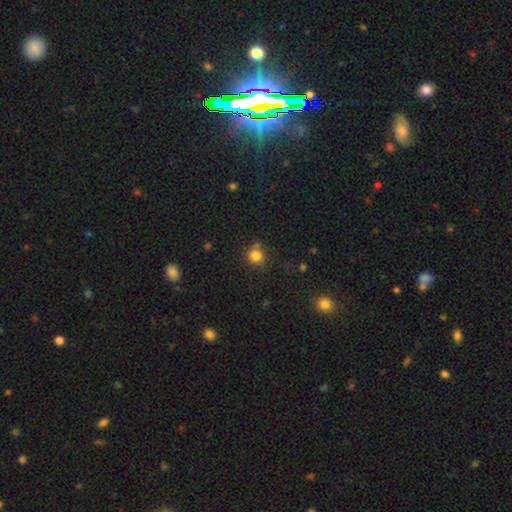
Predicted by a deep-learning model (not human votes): Q: Smooth or featured?
A: smooth (82%); runner-up: star or artifact (13%)
Q: How rounded?
A: round (91%); runner-up: in between (8%)
Q: Merging?
A: none (74%); runner-up: minor disturbance (13%)